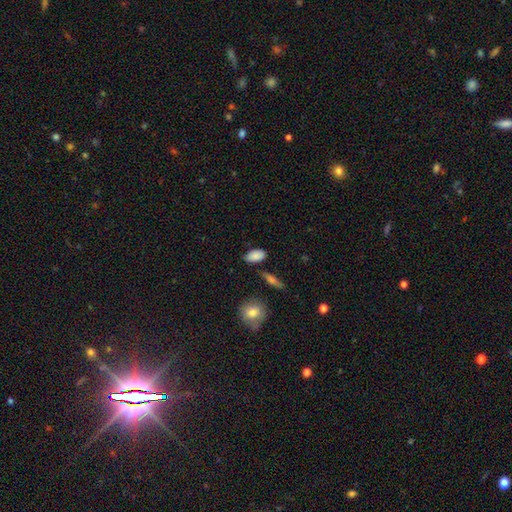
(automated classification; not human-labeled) Q: Smooth or featured?
A: smooth (85%); runner-up: featured or disk (8%)
Q: How rounded?
A: in between (92%); runner-up: round (4%)
Q: Merging?
A: none (73%); runner-up: minor disturbance (19%)